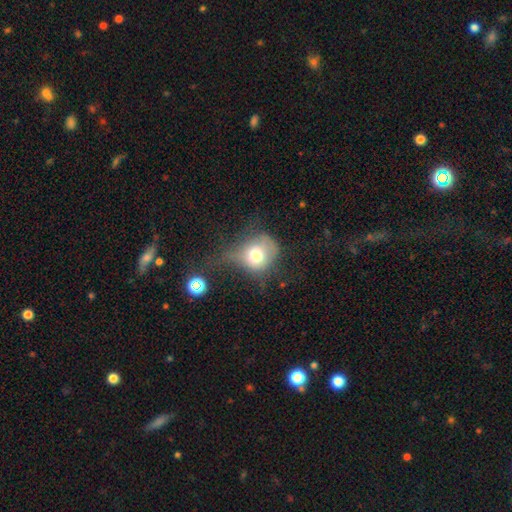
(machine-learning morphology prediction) This appears to be a smooth galaxy with no disk features (66%) that is round (74%). Merging: major disturbance (34%).